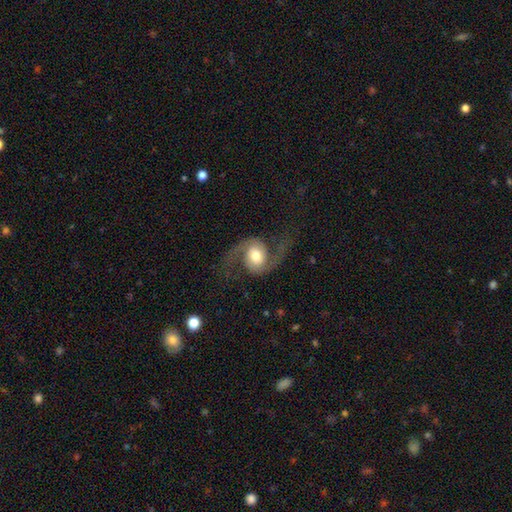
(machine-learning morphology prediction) A featured or disk galaxy (87%) with no bar (56%), 2 (94%) loose (67%) spiral arms (97%) and a moderate central bulge (55%).

Vote fractions:
- Smooth or featured? featured or disk: 87% / smooth: 8% / star or artifact: 5%
- Edge-on disk? no: 97% / yes: 3%
- Bar? no: 56% / weak: 33% / strong: 11%
- Spiral arms? yes: 97% / no: 3%
- Spiral winding? loose: 67% / medium: 28% / tight: 5%
- Spiral arm count? 2: 94% / 1: 1% / can't tell: 1% / 3: 1% / 4: 1% / more than 4: 1%
- Bulge size? moderate: 55% / large: 29% / small: 9% / dominant: 5% / none: 2%
- Merging? none: 73% / minor disturbance: 13% / major disturbance: 12% / merger: 2%